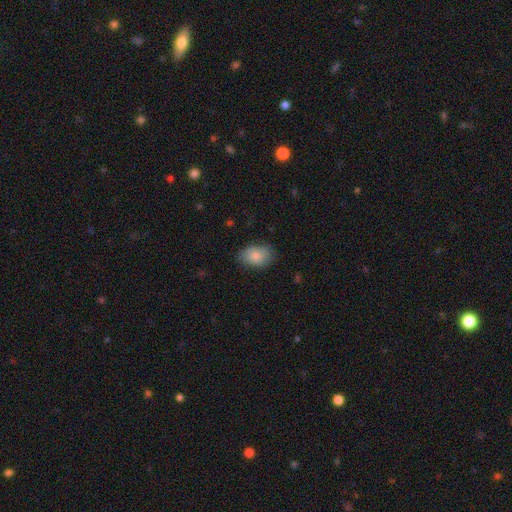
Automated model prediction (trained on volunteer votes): smooth_or_featured: smooth (p=0.85) [alt: featured or disk p=0.08]
how_rounded: in between (p=0.86) [alt: round p=0.13]
merging: none (p=0.77) [alt: minor disturbance p=0.17]